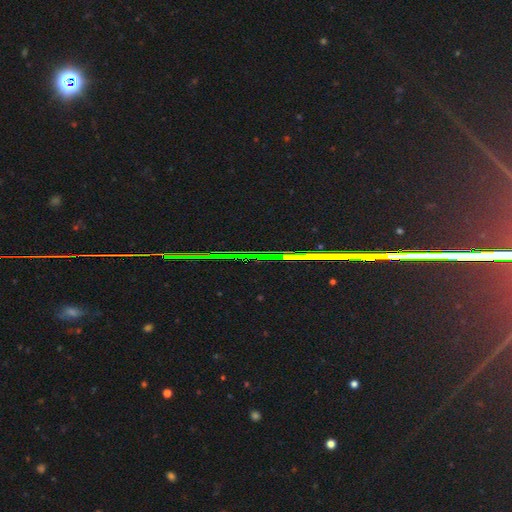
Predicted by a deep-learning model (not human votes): Overall: star or artifact (85%).